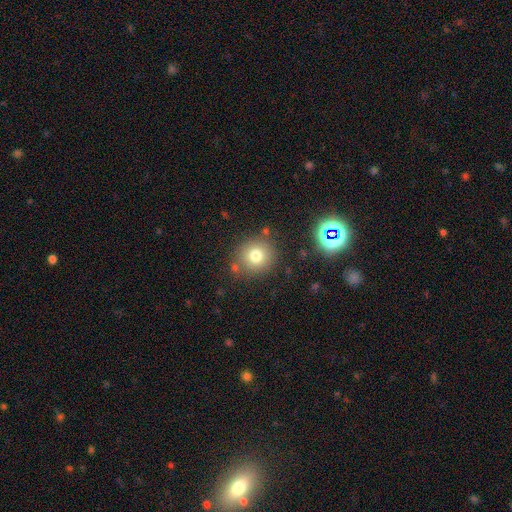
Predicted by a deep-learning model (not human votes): A smooth galaxy with no disk features (76%) that is round (89%).

Vote fractions:
- Smooth or featured? smooth: 76% / star or artifact: 14% / featured or disk: 10%
- How rounded? round: 89% / in between: 10% / cigar-shaped: 1%
- Merging? none: 80% / minor disturbance: 10% / merger: 6% / major disturbance: 4%